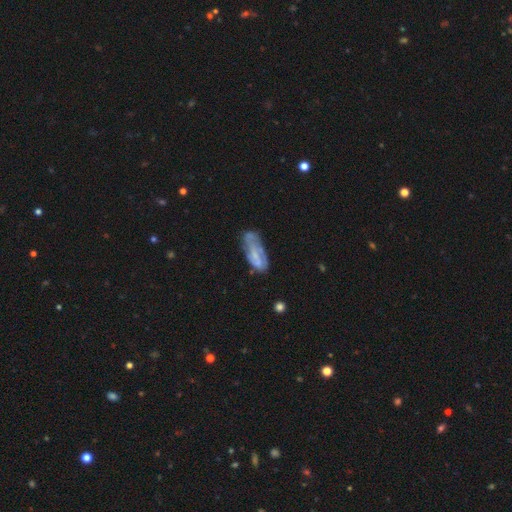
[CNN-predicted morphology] A featured or disk galaxy (48%). Merging: none (42%).